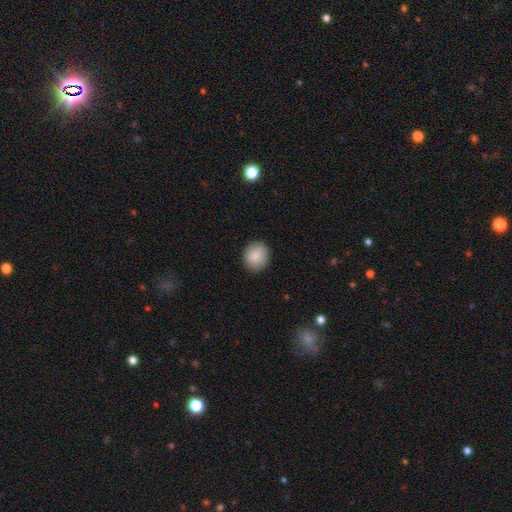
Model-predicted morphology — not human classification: The model was most divided on "how rounded": round: 76%, in between: 23%, cigar-shaped: 1%. More confident: smooth or featured — smooth (88%); merging — none (88%).